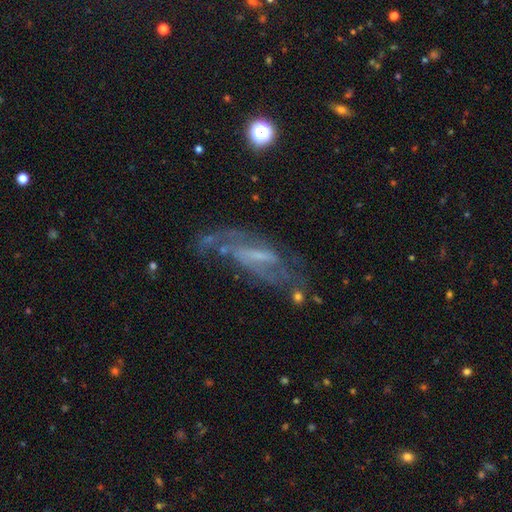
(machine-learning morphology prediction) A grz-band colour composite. It shows a featured or disk galaxy (76%) with a weak bar (42%), 2 (61%) medium (44%) spiral arms (81%) and a small central bulge (44%). Merging: none (55%).